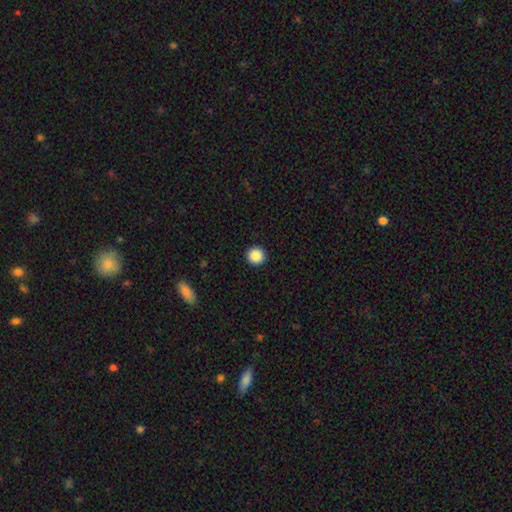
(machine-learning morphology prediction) A smooth galaxy with no disk features (88%) that is round (94%). Merging: none (93%).